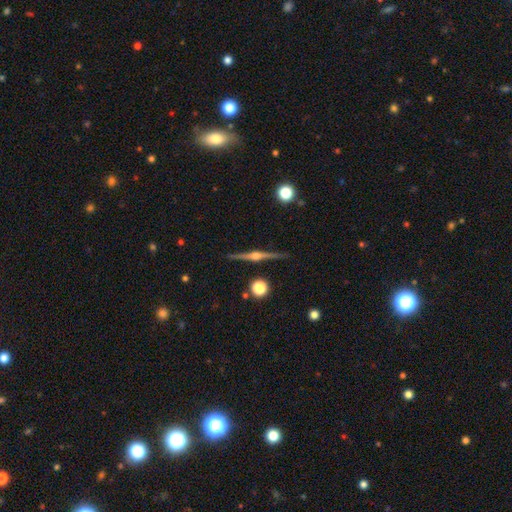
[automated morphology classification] This is clearly a featured or disk galaxy (85%). It is clearly viewed edge-on (98%). Edge-on bulge: clearly rounded (93%). Merging: clearly none (91%).